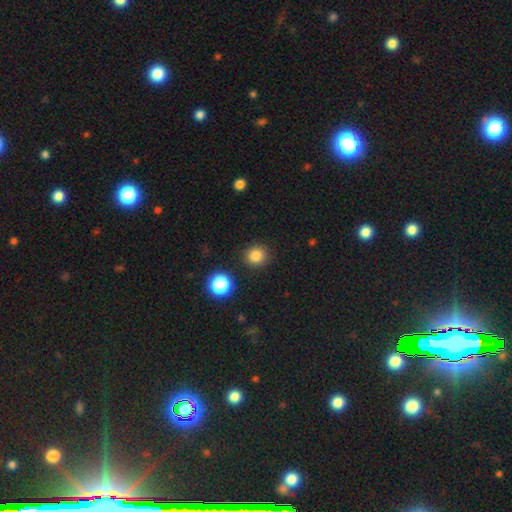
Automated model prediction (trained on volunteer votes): Smooth or featured? smooth (82%)
How rounded? round (90%)
Merging? none (89%)